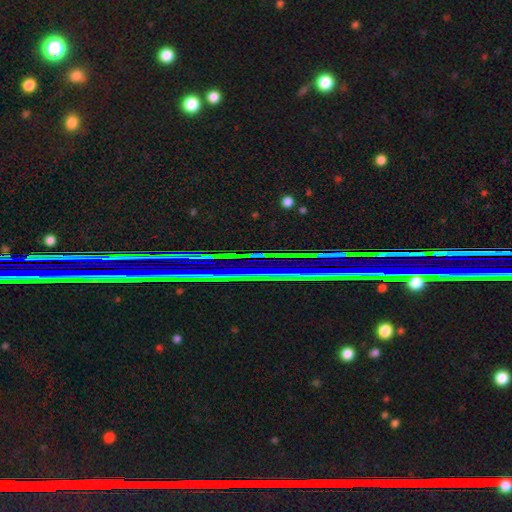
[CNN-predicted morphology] Smooth or featured? Predicted: star or artifact (p=0.85).